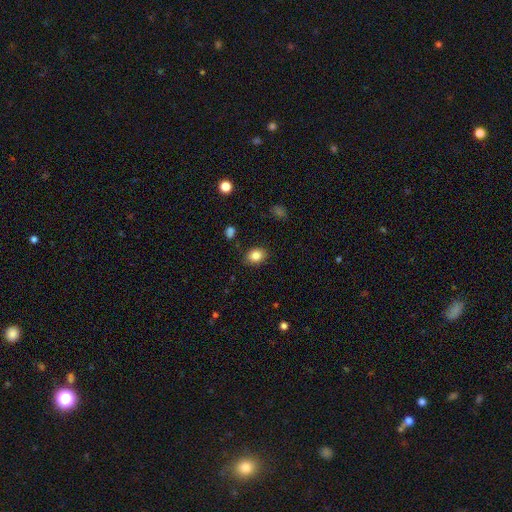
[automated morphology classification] Smooth or featured?
  - smooth: 84% *
  - star or artifact: 10%
  - featured or disk: 6%
How rounded?
  - in between: 62% *
  - round: 37%
  - cigar-shaped: 1%
Merging?
  - none: 85% *
  - minor disturbance: 11%
  - major disturbance: 3%
  - merger: 2%